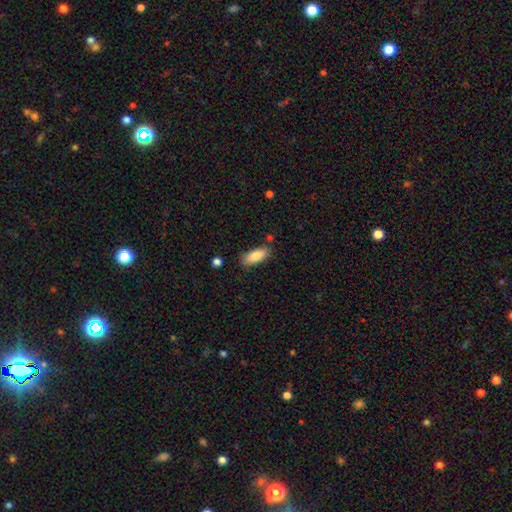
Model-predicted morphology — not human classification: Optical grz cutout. It shows a smooth galaxy with no disk features (83%) that is in between round and cigar-shaped (78%). Merging: none (80%).